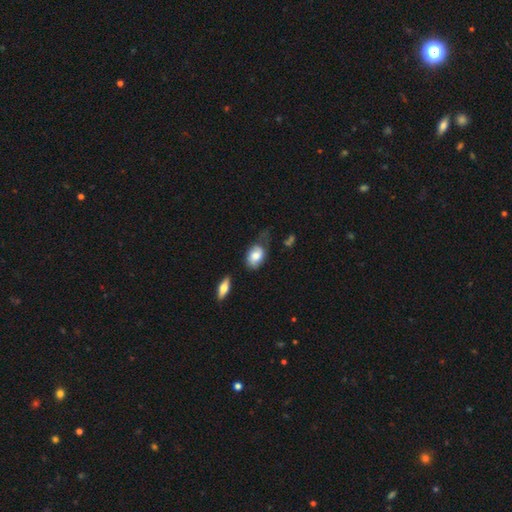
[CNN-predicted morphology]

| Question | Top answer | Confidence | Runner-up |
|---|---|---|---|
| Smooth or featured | smooth | 76% | featured or disk (17%) |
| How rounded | in between | 85% | round (13%) |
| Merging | none | 48% | minor disturbance (33%) |